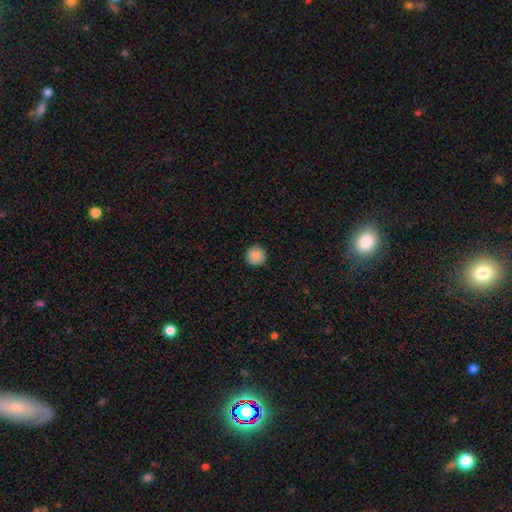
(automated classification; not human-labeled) This is clearly a smooth galaxy (88%). How rounded: clearly round (96%). Merging: clearly none (92%).